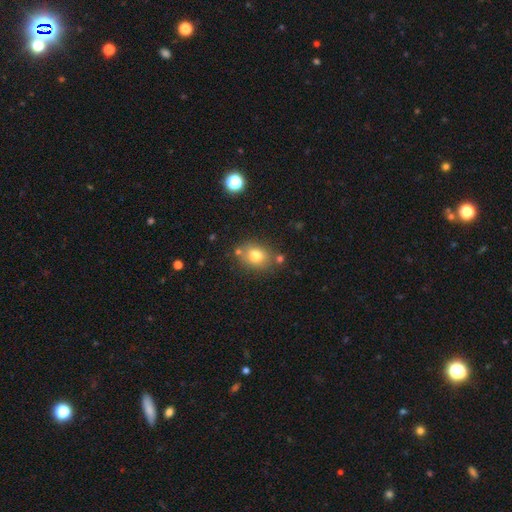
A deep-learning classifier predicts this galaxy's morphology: Overall: smooth (75%). How rounded: in between (53%; round 46%). Merging: none (72%).